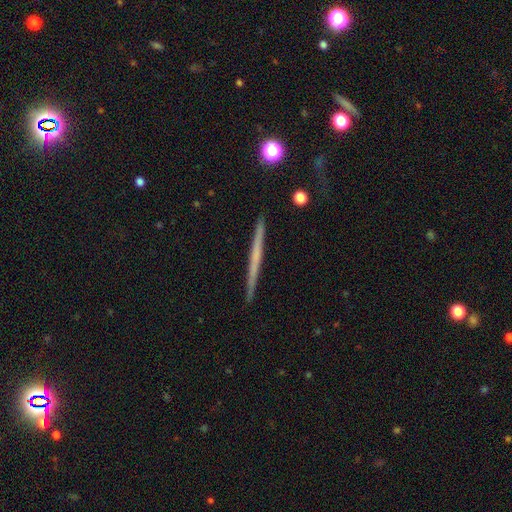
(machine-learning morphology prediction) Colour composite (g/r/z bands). It shows a featured or disk galaxy (56%) viewed edge-on (98%) with no central bulge (88%). Merging: none (91%).